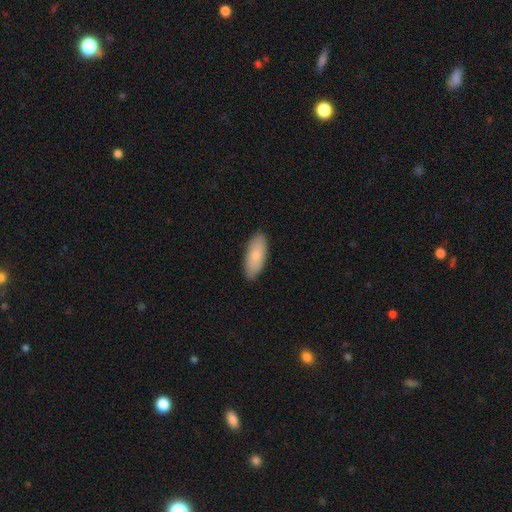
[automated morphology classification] A smooth galaxy with no disk features (80%) that is in between round and cigar-shaped (83%). Merging: none (88%).